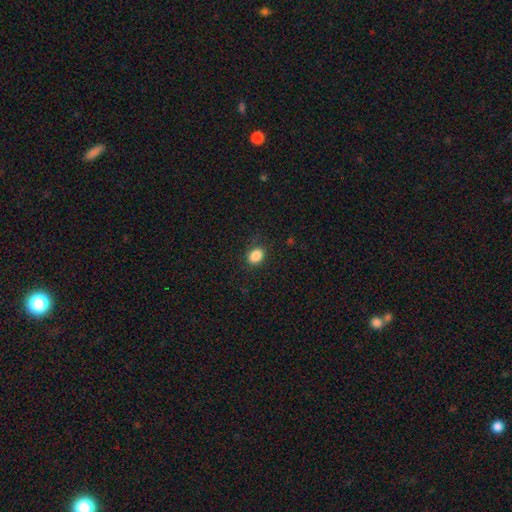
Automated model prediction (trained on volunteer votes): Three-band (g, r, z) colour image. It shows a smooth galaxy with no disk features (87%) that is in between round and cigar-shaped (70%). Merging: none (82%).